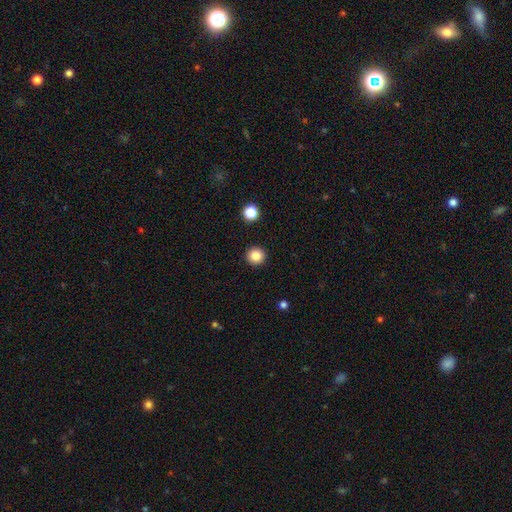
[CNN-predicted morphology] smooth-or-featured: smooth: 84% | star or artifact: 11% | featured or disk: 5%
  how-rounded: round: 95% | in between: 4% | cigar-shaped: 1%
  merging: none: 93% | minor disturbance: 4% | major disturbance: 2% | merger: 1%